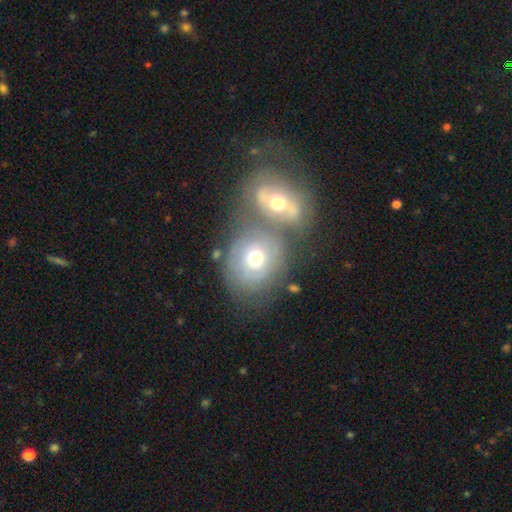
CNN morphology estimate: A smooth galaxy with no disk features (42%).

Vote fractions:
- Smooth or featured? smooth: 42% / star or artifact: 31% / featured or disk: 27%
- Merging? merger: 60% / none: 27% / minor disturbance: 7% / major disturbance: 5%